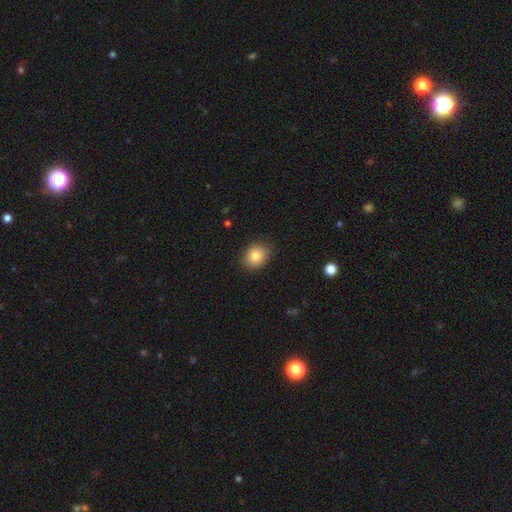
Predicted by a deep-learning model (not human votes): A smooth galaxy with no disk features (83%) that is round (56%).

Vote fractions:
- Smooth or featured? smooth: 83% / star or artifact: 9% / featured or disk: 8%
- How rounded? round: 56% / in between: 44% / cigar-shaped: 1%
- Merging? none: 86% / minor disturbance: 11% / major disturbance: 2% / merger: 1%